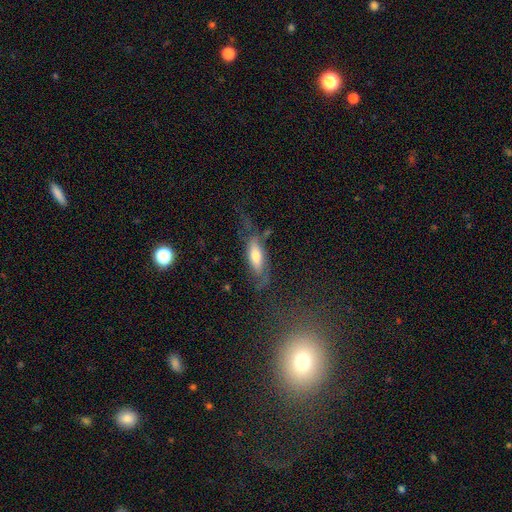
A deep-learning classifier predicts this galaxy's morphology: Smooth or featured: smooth — 55% (featured or disk — 38%)
How rounded: in between — 57% (cigar-shaped — 41%)
Merging: none — 52% (minor disturbance — 25%)